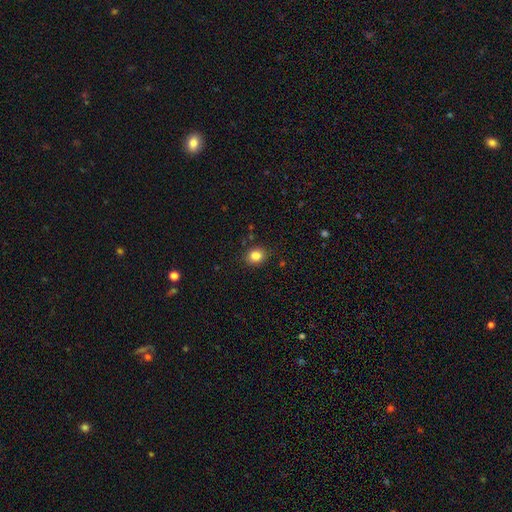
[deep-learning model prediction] This is clearly a smooth galaxy (84%). How rounded: possibly round (58%). Merging: clearly none (84%).